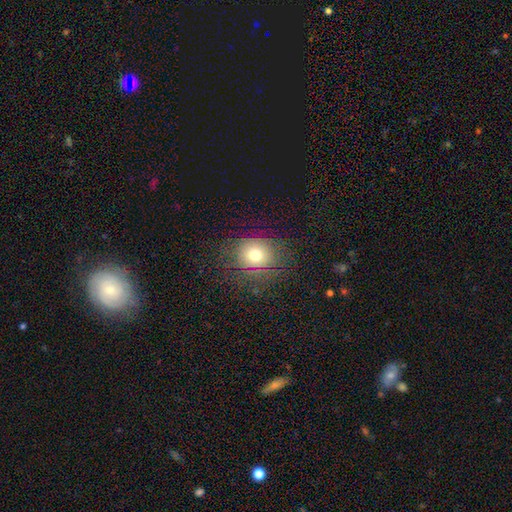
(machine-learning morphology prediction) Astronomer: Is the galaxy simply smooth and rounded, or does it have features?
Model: smooth — 68%.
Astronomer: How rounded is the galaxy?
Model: round — 84%.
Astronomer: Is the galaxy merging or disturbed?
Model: none — 80%.